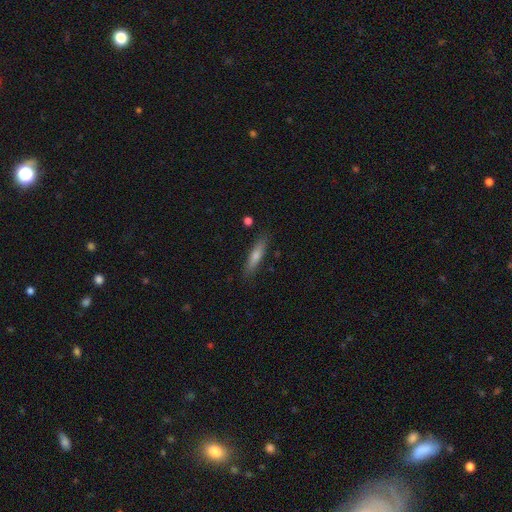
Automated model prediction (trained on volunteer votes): Q: Smooth or featured?
A: smooth (61%); runner-up: featured or disk (31%)
Q: How rounded?
A: cigar-shaped (86%); runner-up: in between (12%)
Q: Merging?
A: none (86%); runner-up: minor disturbance (10%)